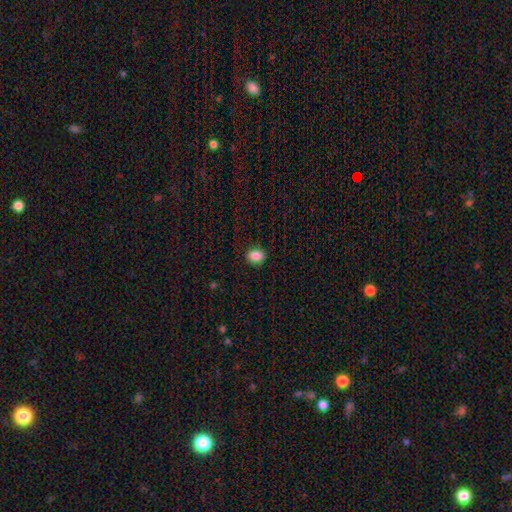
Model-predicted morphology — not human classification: A smooth galaxy with no disk features (87%) that is in between round and cigar-shaped (57%).

Vote fractions:
- Smooth or featured? smooth: 87% / star or artifact: 9% / featured or disk: 4%
- How rounded? in between: 57% / round: 41% / cigar-shaped: 1%
- Merging? none: 88% / minor disturbance: 9% / major disturbance: 2% / merger: 1%